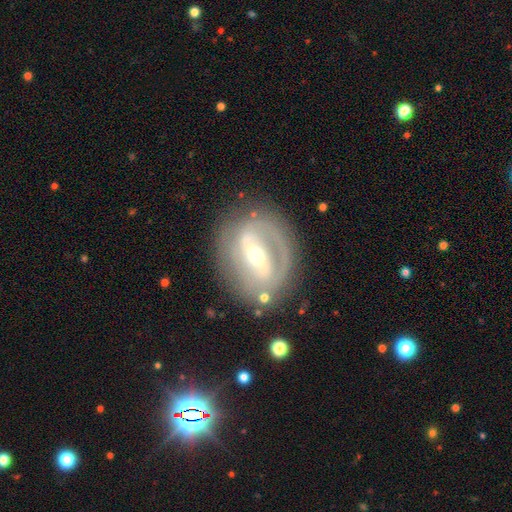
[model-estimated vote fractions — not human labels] smooth-or-featured: featured or disk: 78% | smooth: 15% | star or artifact: 6%
  disk-edge-on: no: 94% | yes: 6%
    bar: strong: 48% | weak: 34% | no: 19%
    has-spiral-arms: yes: 67% | no: 33%
    bulge-size: moderate: 52% | small: 42% | large: 3% | dominant: 1% | none: 1%
  merging: none: 72% | minor disturbance: 16% | major disturbance: 9% | merger: 3%